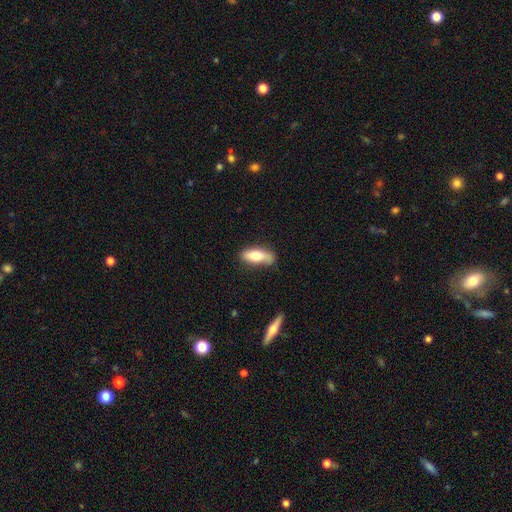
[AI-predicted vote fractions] Morphology: type=smooth (72%); roundness=in between (69%); merging=none (67%).